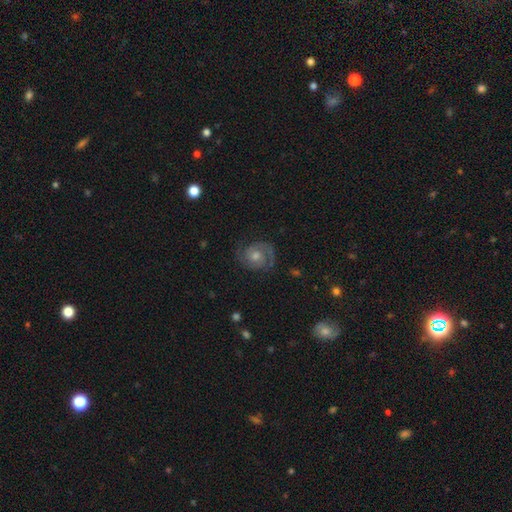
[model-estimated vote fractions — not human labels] Morphology: type=featured or disk (80%); edge-on=no (97%); bar=no (70%); spiral arms=yes (96%); winding=tight (54%); arm count=2 (81%); bulge=moderate (61%); merging=none (79%).